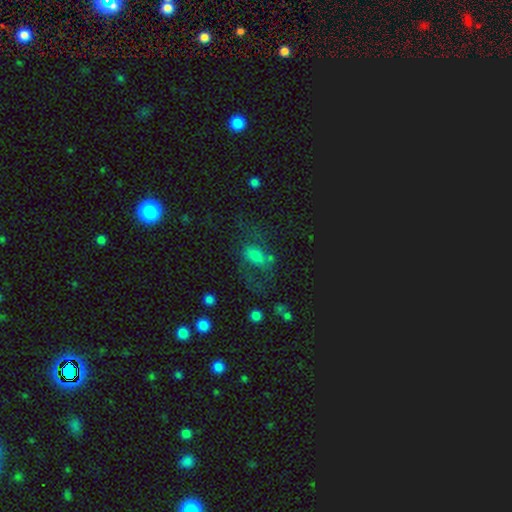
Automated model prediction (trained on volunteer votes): The model was most divided on "smooth or featured": smooth: 47%, featured or disk: 36%, star or artifact: 17%. Remaining: merging — none (43%).